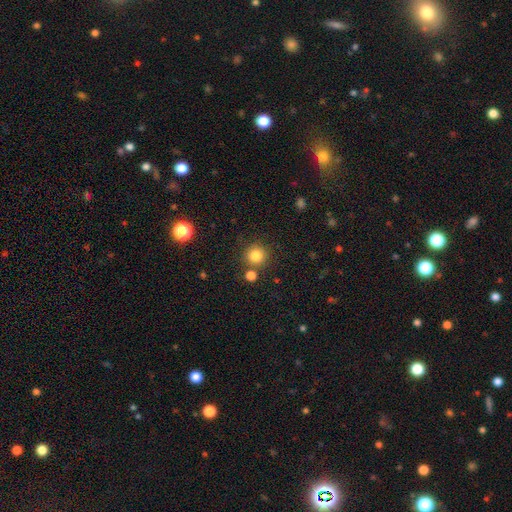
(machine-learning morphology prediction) type=smooth (83%); roundness=round (93%); merging=none (81%).